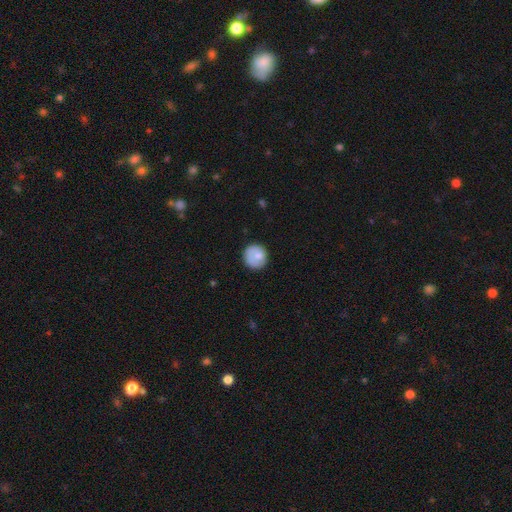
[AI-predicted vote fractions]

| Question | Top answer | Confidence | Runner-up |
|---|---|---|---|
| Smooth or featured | smooth | 73% | featured or disk (20%) |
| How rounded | round | 87% | in between (12%) |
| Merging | none | 75% | minor disturbance (17%) |